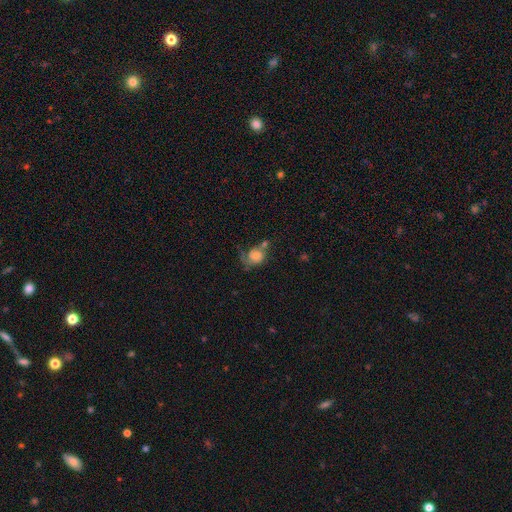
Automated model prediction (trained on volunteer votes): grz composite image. It shows a smooth galaxy with no disk features (53%) that is round (61%). Merging: none (29%).